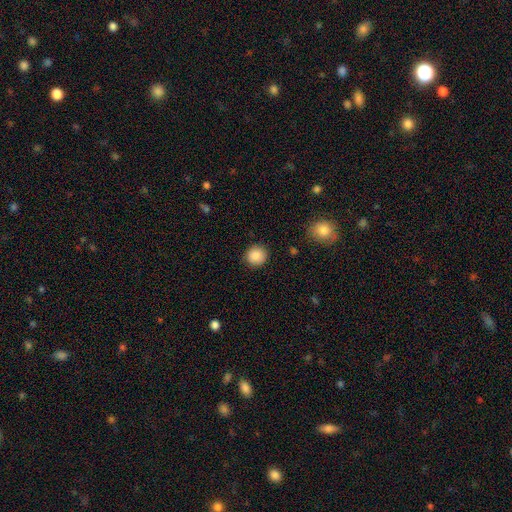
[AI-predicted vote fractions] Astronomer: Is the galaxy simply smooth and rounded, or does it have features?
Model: smooth — 88%.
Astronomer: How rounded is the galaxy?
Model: round — 91%.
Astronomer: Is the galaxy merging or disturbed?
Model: none — 90%.